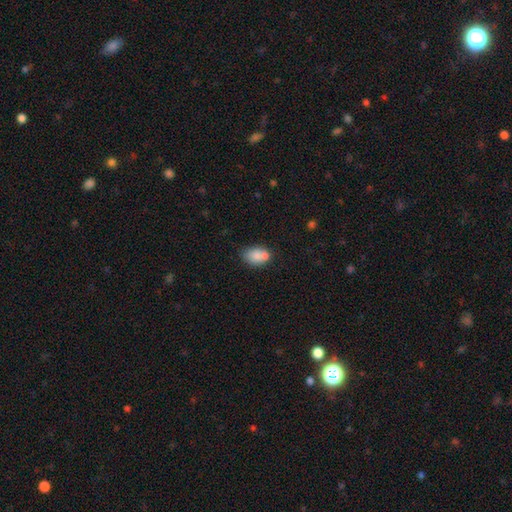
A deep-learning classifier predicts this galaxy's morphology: smooth 79%, featured or disk 12%, star or artifact 9%. Down the decision tree: how rounded — in between (79%); merging — none (49%).